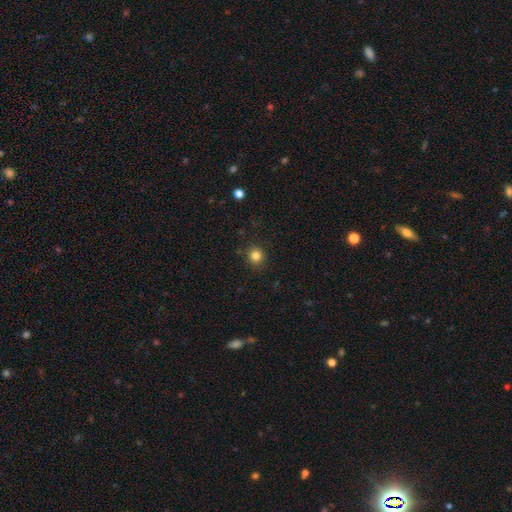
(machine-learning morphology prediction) smooth 83%, star or artifact 12%, featured or disk 5%. Down the decision tree: how rounded — round (88%); merging — none (89%).